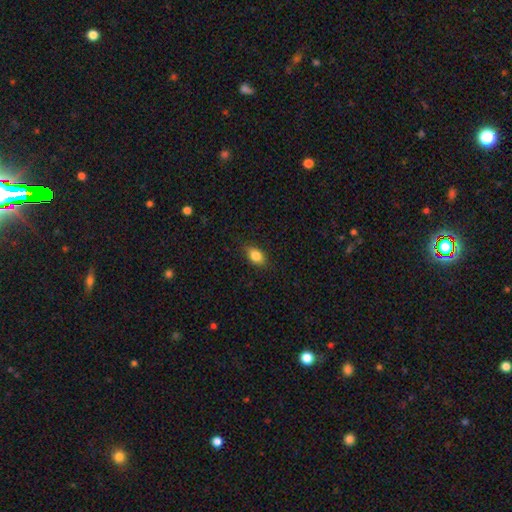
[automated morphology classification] Overall: smooth (84%). How rounded: in between (80%). Merging: none (84%).